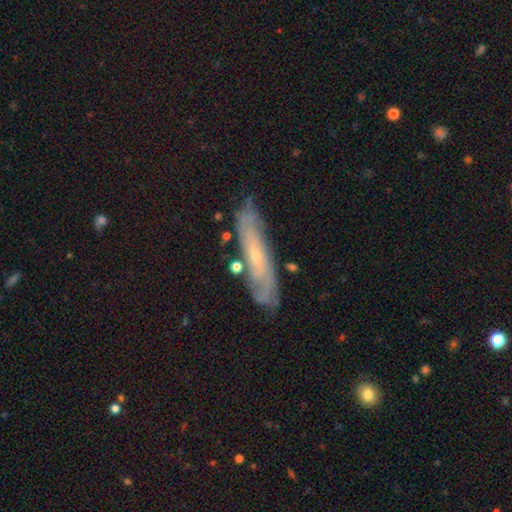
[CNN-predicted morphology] Q: Smooth or featured?
A: featured or disk (74%); runner-up: smooth (19%)
Q: Edge-on disk?
A: no (71%); runner-up: yes (29%)
Q: Bar?
A: no (68%); runner-up: weak (24%)
Q: Spiral arms?
A: yes (86%); runner-up: no (14%)
Q: Bulge size?
A: small (79%); runner-up: moderate (17%)
Q: Merging?
A: none (74%); runner-up: minor disturbance (17%)